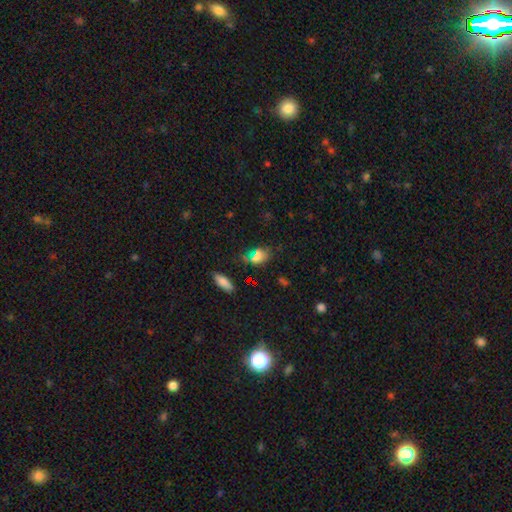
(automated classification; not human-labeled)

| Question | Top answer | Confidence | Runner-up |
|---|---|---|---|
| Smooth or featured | smooth | 67% | star or artifact (25%) |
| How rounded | in between | 79% | round (17%) |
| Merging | none | 74% | minor disturbance (16%) |